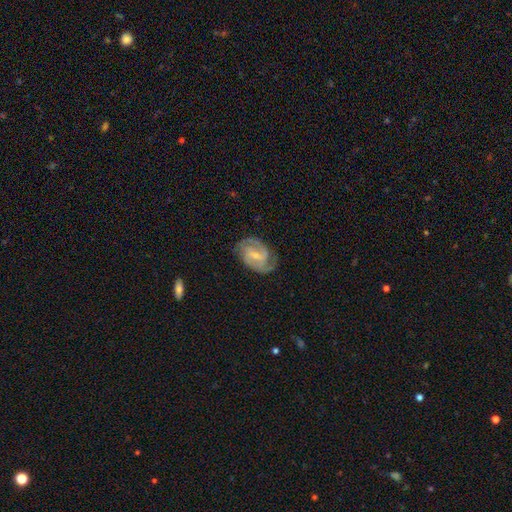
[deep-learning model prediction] A featured or disk galaxy (86%) with a weak bar (52%), 2 (74%) medium (48%) spiral arms (96%) and a small central bulge (61%).

Vote fractions:
- Smooth or featured? featured or disk: 86% / smooth: 9% / star or artifact: 5%
- Edge-on disk? no: 98% / yes: 2%
- Bar? weak: 52% / no: 26% / strong: 22%
- Spiral arms? yes: 96% / no: 4%
- Spiral winding? medium: 48% / tight: 40% / loose: 12%
- Spiral arm count? 2: 74% / 3: 11% / can't tell: 8% / 1: 3% / 4: 2% / more than 4: 2%
- Bulge size? small: 61% / moderate: 34% / none: 3% / large: 1% / dominant: 1%
- Merging? none: 73% / minor disturbance: 19% / major disturbance: 7% / merger: 1%